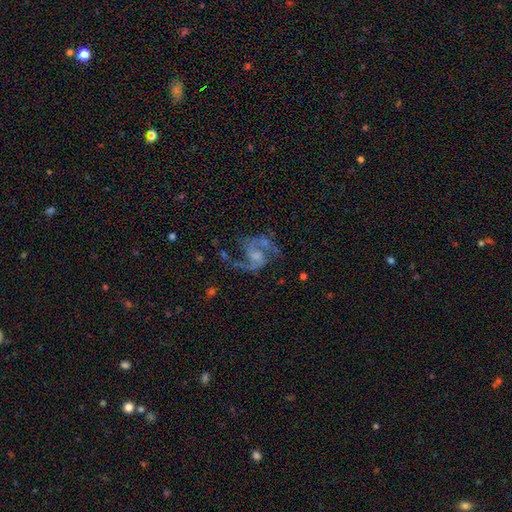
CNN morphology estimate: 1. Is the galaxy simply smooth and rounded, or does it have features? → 87% featured or disk, 8% star or artifact, 5% smooth.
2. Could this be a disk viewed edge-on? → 98% no, 2% yes.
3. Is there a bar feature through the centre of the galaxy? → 46% no, 43% weak, 11% strong.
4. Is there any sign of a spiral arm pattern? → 96% yes, 4% no.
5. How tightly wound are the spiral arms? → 50% medium, 41% loose, 9% tight.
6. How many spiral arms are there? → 91% 2, 3% can't tell, 2% 1, 2% 3, 1% 4, 1% more than 4.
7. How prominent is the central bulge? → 44% small, 30% moderate, 20% none, 5% large, 1% dominant.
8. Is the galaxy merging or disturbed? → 64% none, 16% minor disturbance, 15% major disturbance, 5% merger.